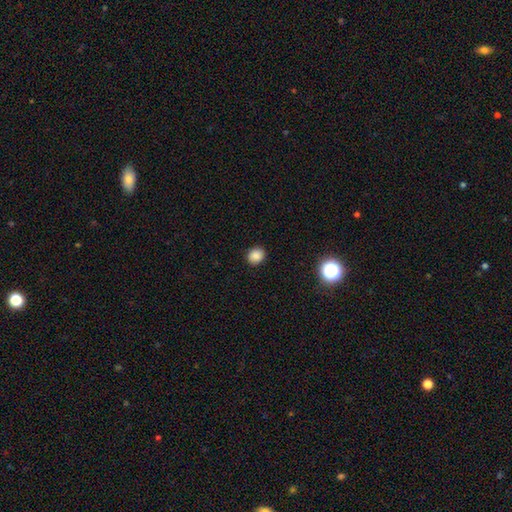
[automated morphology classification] smooth_or_featured: smooth (p=0.85) [alt: star or artifact p=0.11]
how_rounded: round (p=0.71) [alt: in between p=0.28]
merging: none (p=0.89) [alt: minor disturbance p=0.07]